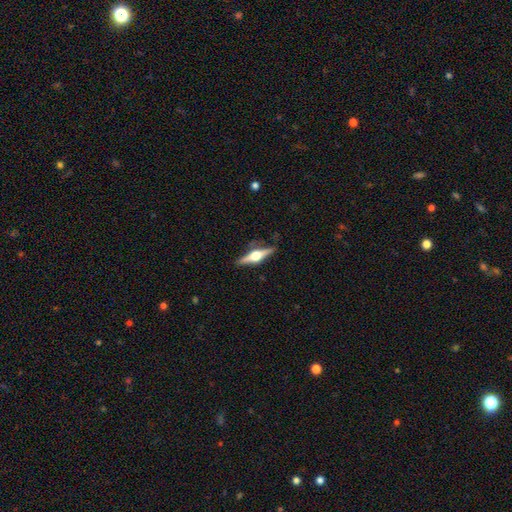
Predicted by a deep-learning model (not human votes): A featured or disk galaxy (77%) viewed edge-on (97%) with a rounded central bulge (96%).

Vote fractions:
- Smooth or featured? featured or disk: 77% / smooth: 18% / star or artifact: 5%
- Edge-on disk? yes: 97% / no: 3%
- Edge-on bulge? rounded: 96% / boxy: 3% / none: 1%
- Merging? none: 85% / minor disturbance: 10% / major disturbance: 3% / merger: 2%